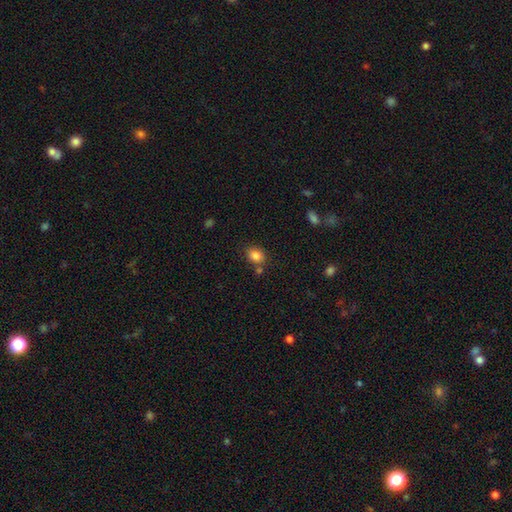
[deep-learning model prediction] Morphology: type=smooth (84%); roundness=in between (53%); merging=none (72%).